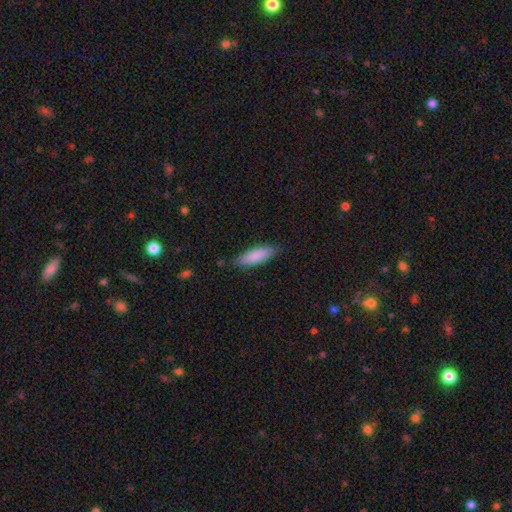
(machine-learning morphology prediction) This appears to be a smooth galaxy with no disk features (85%) that is in between round and cigar-shaped (52%). Merging: none (83%).